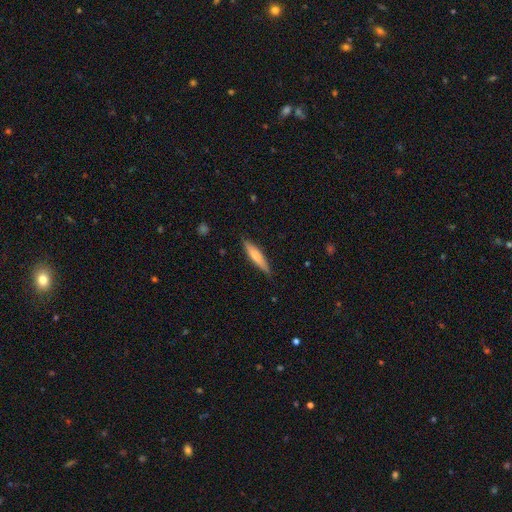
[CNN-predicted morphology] Q: Smooth or featured?
A: smooth (67%); runner-up: featured or disk (27%)
Q: How rounded?
A: cigar-shaped (85%); runner-up: in between (14%)
Q: Merging?
A: none (85%); runner-up: minor disturbance (12%)